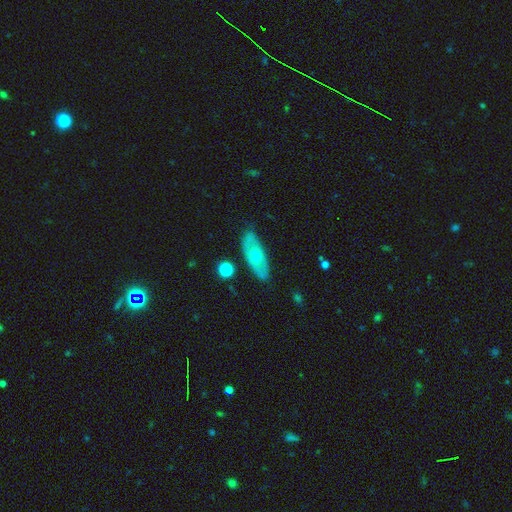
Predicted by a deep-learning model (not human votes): Smooth or featured? featured or disk (52%)
Edge-on disk? no (71%)
Merging? none (82%)